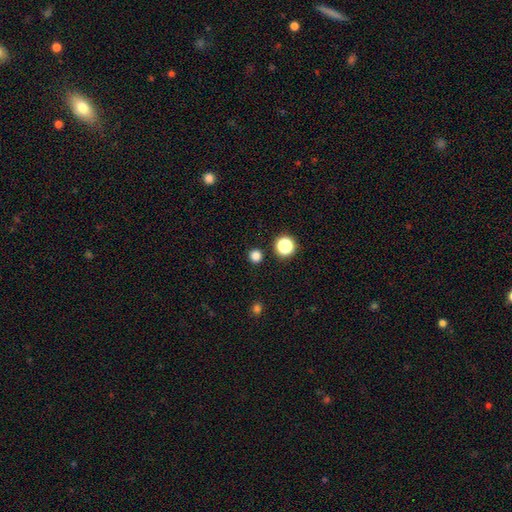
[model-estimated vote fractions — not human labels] Overall: smooth (81%). How rounded: round (94%). Merging: none (91%).